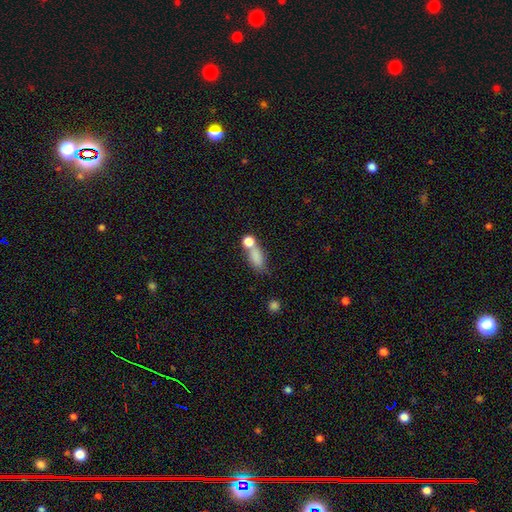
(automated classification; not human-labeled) Smooth or featured? smooth (79%)
How rounded? in between (73%)
Merging? none (38%)